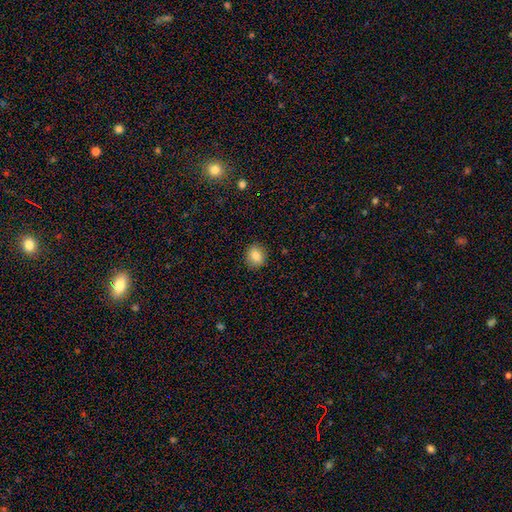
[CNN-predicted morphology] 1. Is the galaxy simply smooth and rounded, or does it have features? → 84% smooth, 9% star or artifact, 7% featured or disk.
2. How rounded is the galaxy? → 71% round, 28% in between, 1% cigar-shaped.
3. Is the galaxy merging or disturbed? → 89% none, 7% minor disturbance, 2% major disturbance, 1% merger.